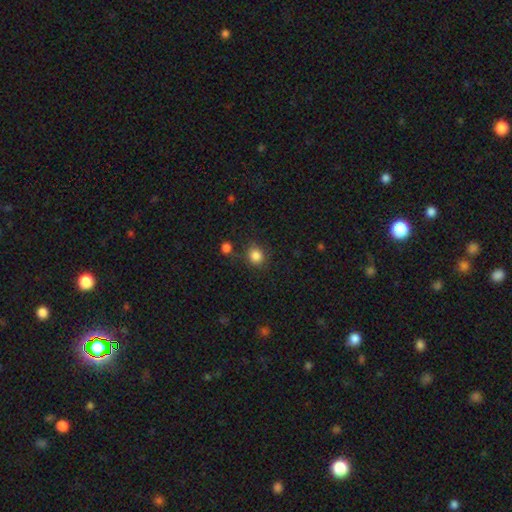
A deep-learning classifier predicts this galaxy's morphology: Smooth or featured?
  - smooth: 84% *
  - star or artifact: 11%
  - featured or disk: 4%
How rounded?
  - round: 83% *
  - in between: 16%
  - cigar-shaped: 1%
Merging?
  - none: 77% *
  - minor disturbance: 13%
  - merger: 6%
  - major disturbance: 4%